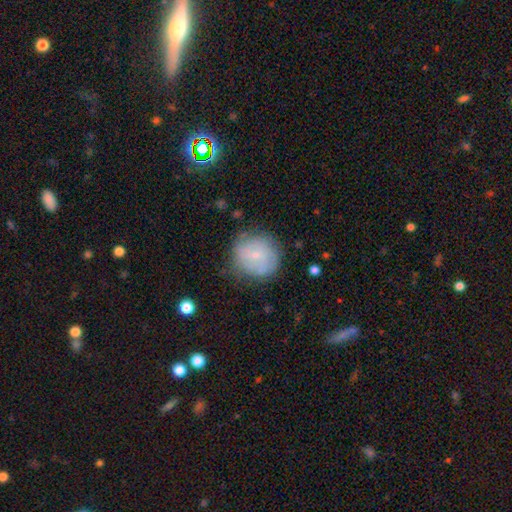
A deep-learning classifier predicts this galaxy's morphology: Smooth or featured: smooth — 51% (featured or disk — 40%)
How rounded: round — 89% (in between — 10%)
Merging: none — 71% (minor disturbance — 20%)